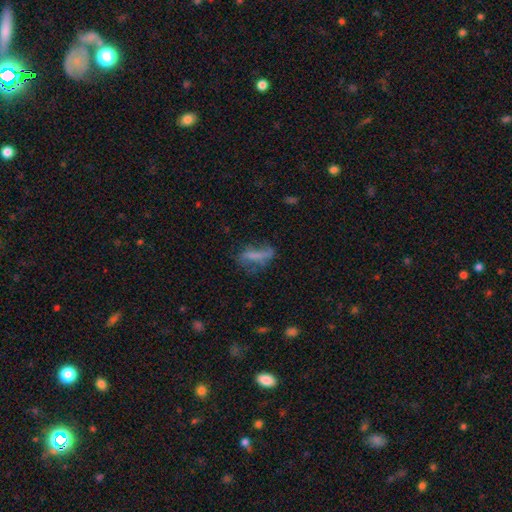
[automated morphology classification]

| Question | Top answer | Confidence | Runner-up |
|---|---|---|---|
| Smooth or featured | smooth | 51% | featured or disk (36%) |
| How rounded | cigar-shaped | 48% | in between (47%) |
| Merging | none | 39% | major disturbance (30%) |